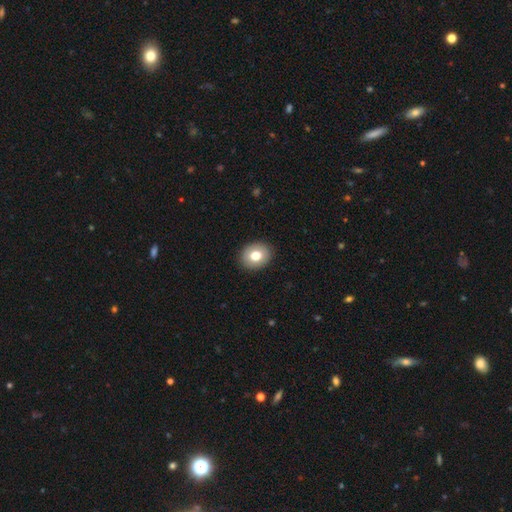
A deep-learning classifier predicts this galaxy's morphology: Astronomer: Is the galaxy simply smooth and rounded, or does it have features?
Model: smooth — 76%.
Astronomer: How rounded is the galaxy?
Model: round — 53% (runner-up: in between, 46%).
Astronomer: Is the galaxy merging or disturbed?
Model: none — 90%.